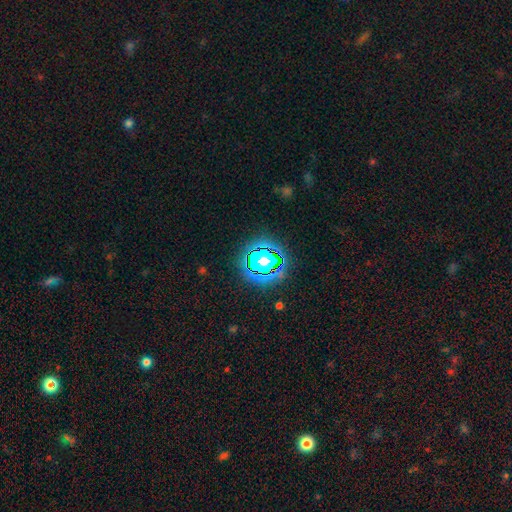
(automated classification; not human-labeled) smooth_or_featured: star or artifact (p=0.65) [alt: smooth p=0.22]